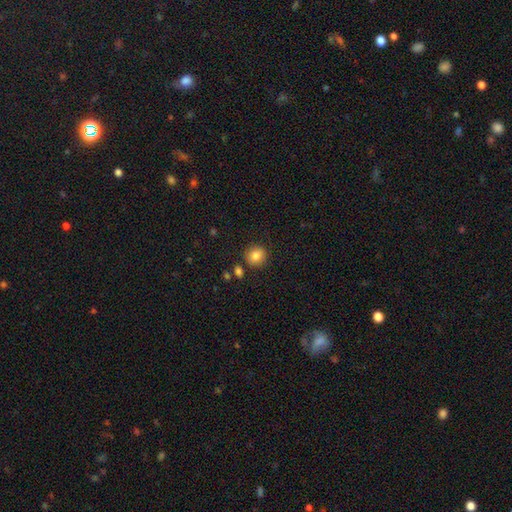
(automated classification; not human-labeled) Morphology: type=smooth (83%); roundness=round (89%); merging=none (86%).